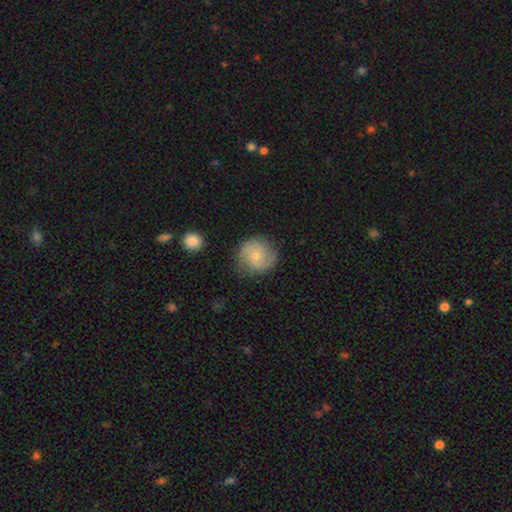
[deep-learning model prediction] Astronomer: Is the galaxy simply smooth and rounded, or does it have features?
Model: featured or disk — 60%.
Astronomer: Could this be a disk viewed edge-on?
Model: no — 98%.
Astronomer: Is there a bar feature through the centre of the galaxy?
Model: no — 73%.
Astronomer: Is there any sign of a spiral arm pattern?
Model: yes — 90%.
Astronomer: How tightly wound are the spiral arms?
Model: medium — 43% (runner-up: tight, 39%).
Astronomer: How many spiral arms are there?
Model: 2 — 50%.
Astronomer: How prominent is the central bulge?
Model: small — 66%.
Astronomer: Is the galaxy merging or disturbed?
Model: none — 75%.